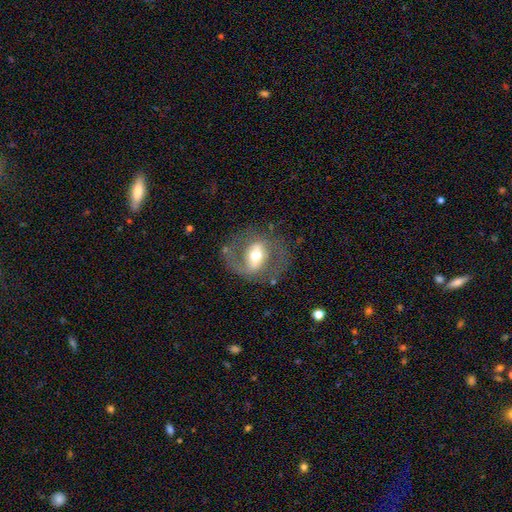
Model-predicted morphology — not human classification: smooth_or_featured: featured or disk (p=0.75) [alt: smooth p=0.18]
disk_edge_on: no (p=0.94) [alt: yes p=0.06]
bar: strong (p=0.44) [alt: weak p=0.36]
has_spiral_arms: yes (p=0.77) [alt: no p=0.23]
spiral_winding: medium (p=0.51) [alt: loose p=0.30]
spiral_arm_count: 2 (p=0.80) [alt: 1 p=0.11]
bulge_size: moderate (p=0.66) [alt: large p=0.16]
merging: none (p=0.69) [alt: minor disturbance p=0.15]